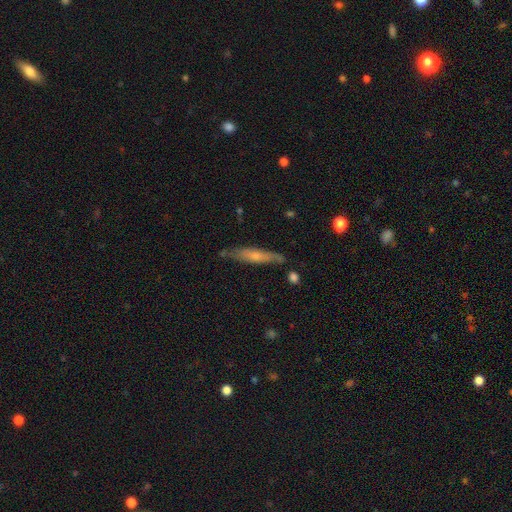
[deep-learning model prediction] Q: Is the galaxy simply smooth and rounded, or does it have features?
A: featured or disk — 47%, tied with smooth.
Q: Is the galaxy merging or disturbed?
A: none — 73%.